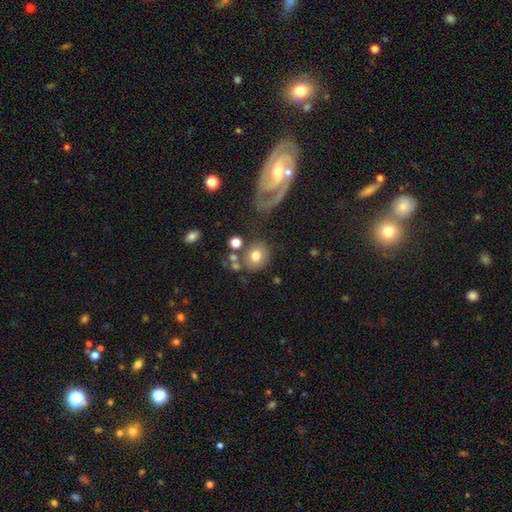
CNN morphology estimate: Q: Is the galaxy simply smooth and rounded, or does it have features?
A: smooth — 73%.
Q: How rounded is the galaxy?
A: round — 75%.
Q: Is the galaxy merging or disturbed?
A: none — 65%.